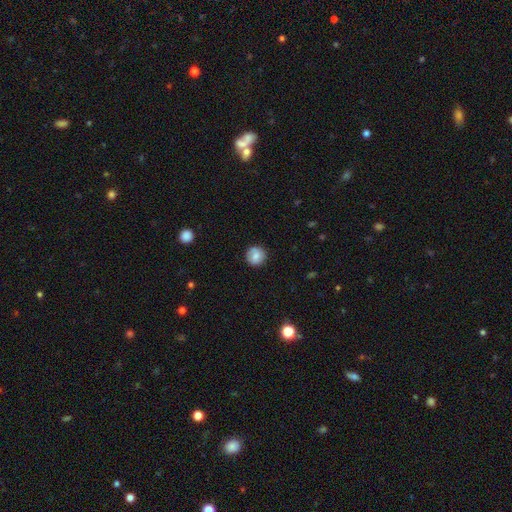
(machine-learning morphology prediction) smooth_or_featured: smooth (p=0.77) [alt: featured or disk p=0.14]
how_rounded: round (p=0.93) [alt: in between p=0.06]
merging: none (p=0.86) [alt: minor disturbance p=0.10]